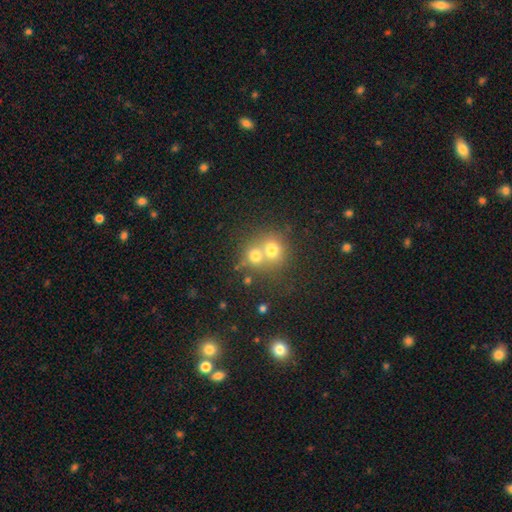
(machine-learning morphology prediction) Q: Smooth or featured?
A: smooth (69%); runner-up: featured or disk (17%)
Q: How rounded?
A: round (81%); runner-up: in between (18%)
Q: Merging?
A: merger (60%); runner-up: none (31%)